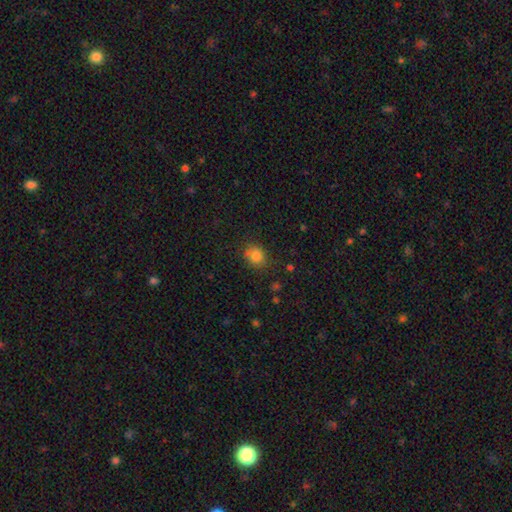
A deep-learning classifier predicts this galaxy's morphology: A smooth galaxy with no disk features (83%) that is round (60%). Merging: none (77%).